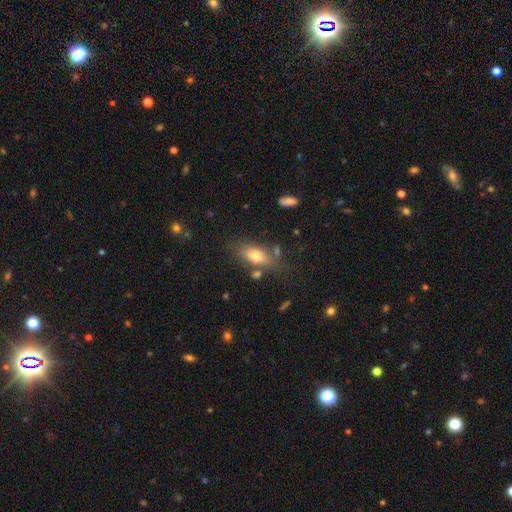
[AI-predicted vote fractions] This is likely a smooth galaxy (74%). How rounded: clearly in between (82%). Merging: likely none (67%).